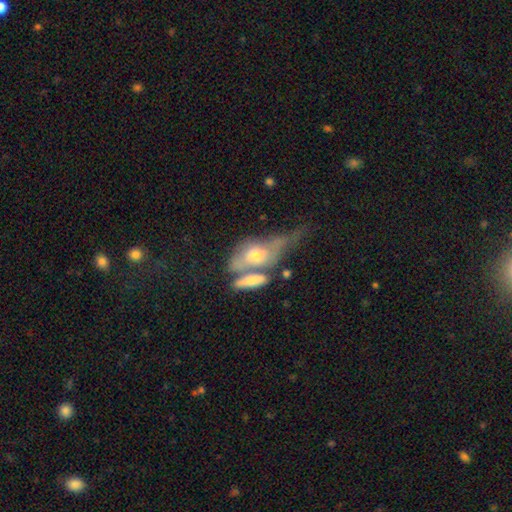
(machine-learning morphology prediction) This is possibly a smooth galaxy (51%). How rounded: likely in between (69%). Merging: possibly merger (47%).